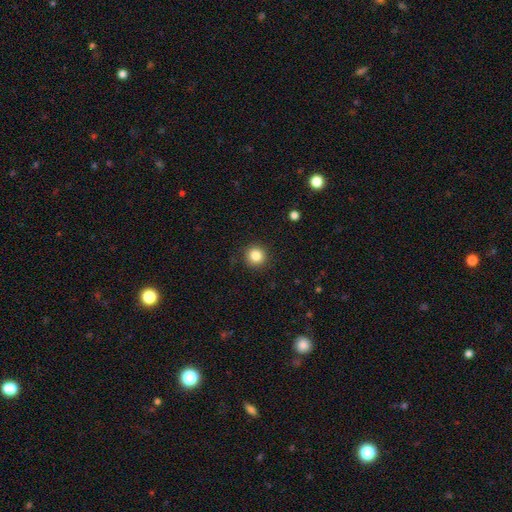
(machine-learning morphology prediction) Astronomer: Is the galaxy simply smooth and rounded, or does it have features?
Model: smooth — 84%.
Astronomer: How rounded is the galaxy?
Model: round — 94%.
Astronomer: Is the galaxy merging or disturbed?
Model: none — 91%.